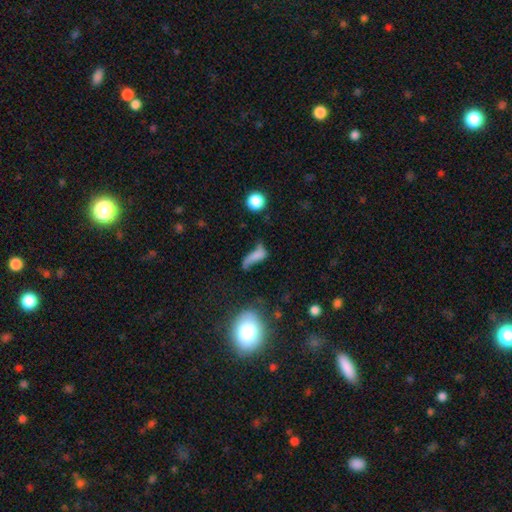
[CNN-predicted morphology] The model was most divided on "merging": major disturbance: 31%, none: 30%, minor disturbance: 24%, merger: 15%. Remaining: smooth or featured — smooth (58%); how rounded — in between (50%).